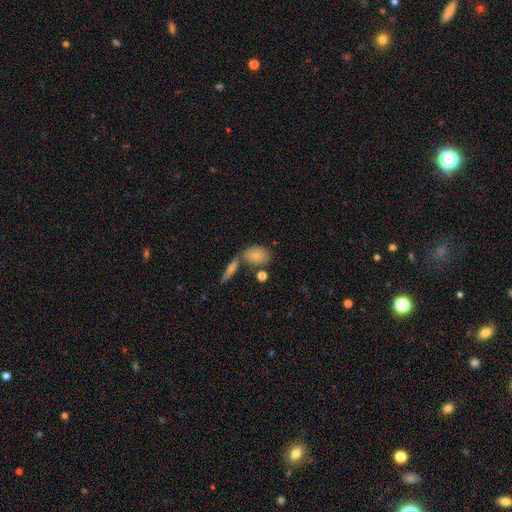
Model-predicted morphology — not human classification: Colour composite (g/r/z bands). It shows a smooth galaxy with no disk features (75%) that is in between round and cigar-shaped (73%). Merging: none (57%).